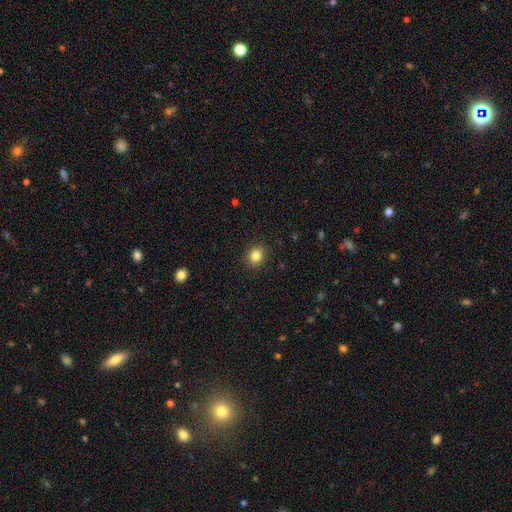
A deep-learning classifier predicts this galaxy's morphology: The model was most divided on "how rounded": round: 71%, in between: 28%, cigar-shaped: 1%. More confident: merging — none (90%); smooth or featured — smooth (83%).